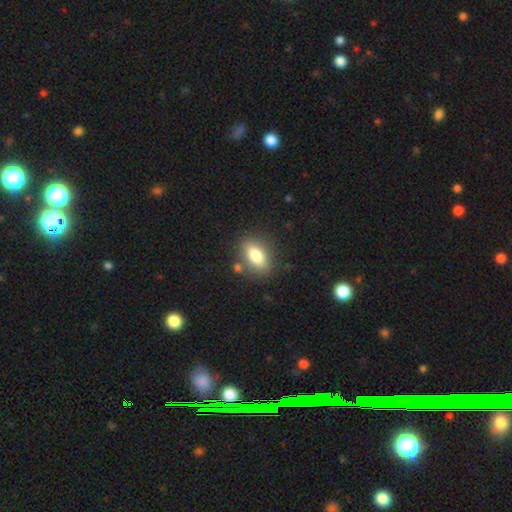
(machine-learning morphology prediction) A smooth galaxy with no disk features (79%) that is in between round and cigar-shaped (84%).

Vote fractions:
- Smooth or featured? smooth: 79% / featured or disk: 13% / star or artifact: 9%
- How rounded? in between: 84% / round: 10% / cigar-shaped: 6%
- Merging? none: 81% / minor disturbance: 11% / merger: 5% / major disturbance: 4%